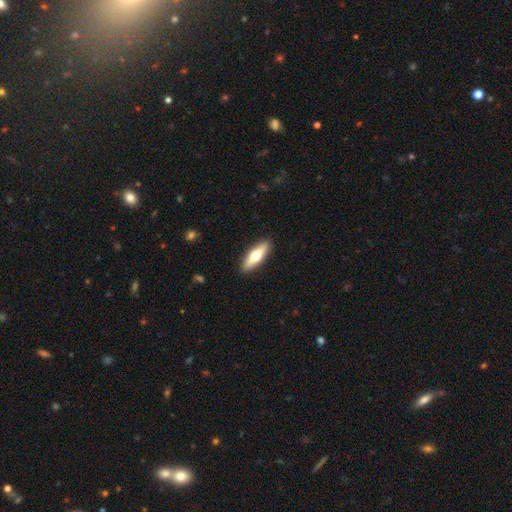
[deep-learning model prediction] Morphology: type=smooth (50%); roundness=cigar-shaped (55%); merging=none (91%).